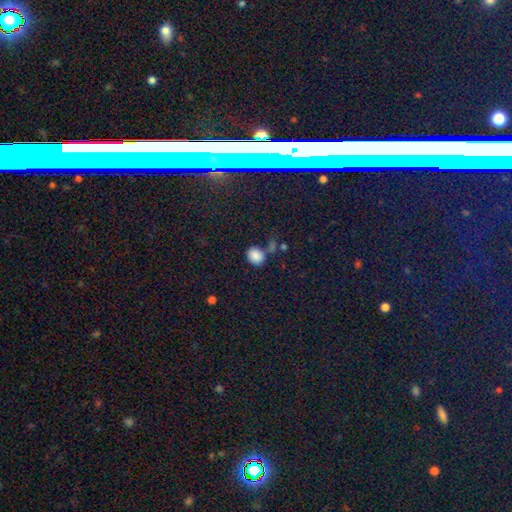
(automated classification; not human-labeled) Smooth or featured? smooth (86%)
How rounded? in between (58%)
Merging? none (65%)